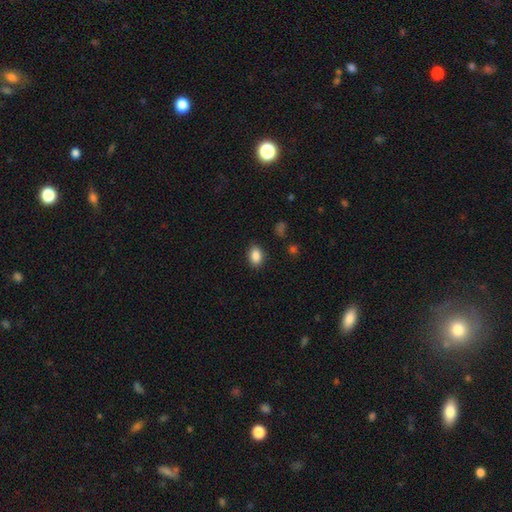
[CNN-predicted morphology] Smooth or featured?
  - smooth: 87% *
  - star or artifact: 9%
  - featured or disk: 4%
How rounded?
  - in between: 82% *
  - round: 17%
  - cigar-shaped: 1%
Merging?
  - none: 87% *
  - minor disturbance: 9%
  - major disturbance: 2%
  - merger: 1%